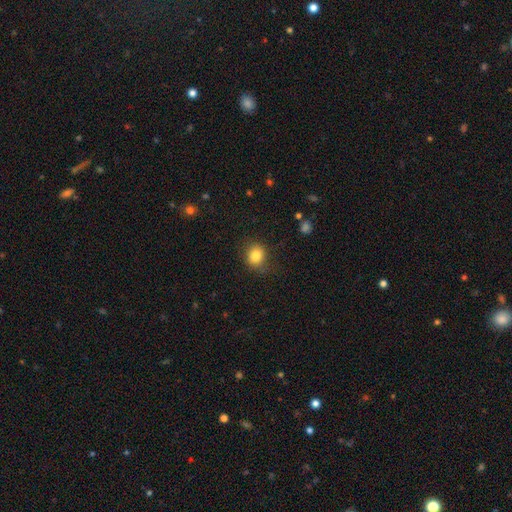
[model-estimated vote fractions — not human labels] smooth 83%, star or artifact 11%, featured or disk 6%. Down the decision tree: how rounded — round (72%); merging — none (79%).